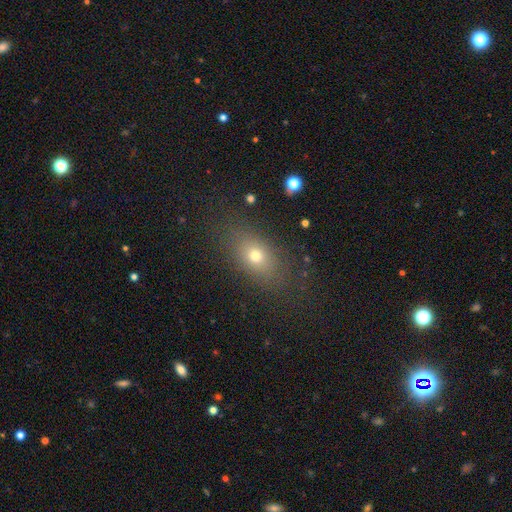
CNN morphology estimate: smooth-or-featured: smooth: 69% | featured or disk: 16% | star or artifact: 15%
  how-rounded: in between: 73% | round: 22% | cigar-shaped: 5%
  merging: none: 79% | minor disturbance: 12% | major disturbance: 7% | merger: 2%